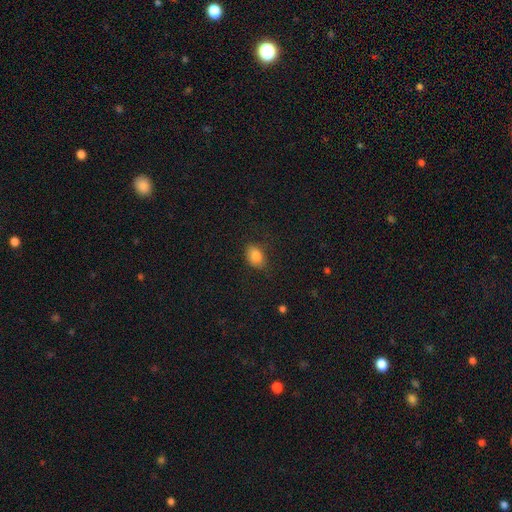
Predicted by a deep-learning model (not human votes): smooth-or-featured: smooth: 84% | star or artifact: 10% | featured or disk: 7%
  how-rounded: in between: 79% | round: 20% | cigar-shaped: 1%
  merging: none: 73% | minor disturbance: 20% | major disturbance: 5% | merger: 1%